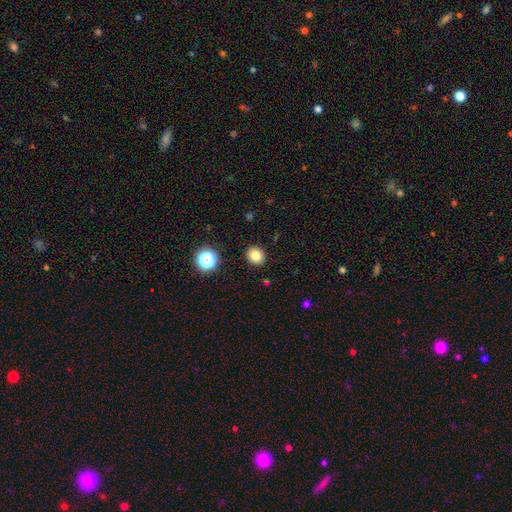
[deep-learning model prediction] Overall: smooth (81%). How rounded: round (83%). Merging: none (91%).